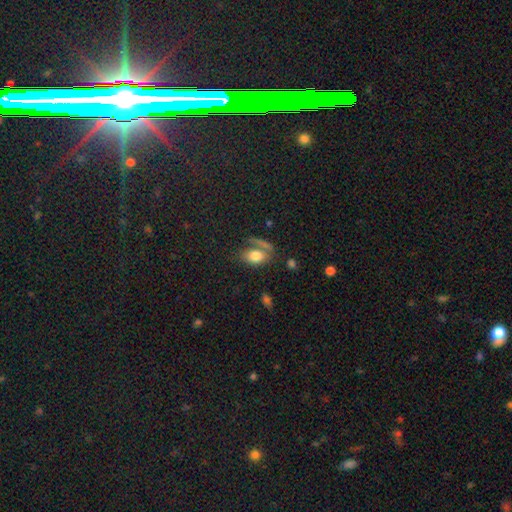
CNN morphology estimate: Smooth or featured? smooth (76%)
How rounded? in between (83%)
Merging? none (55%)